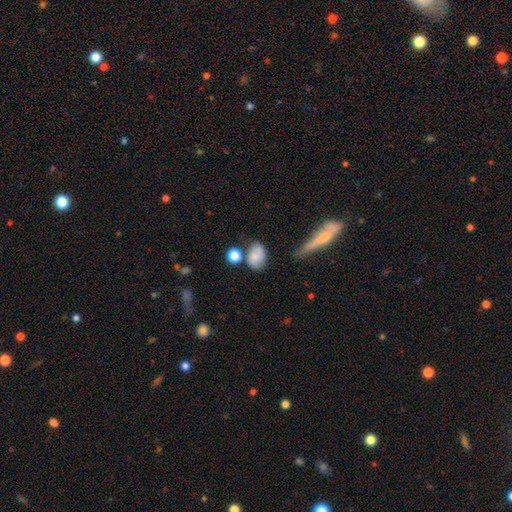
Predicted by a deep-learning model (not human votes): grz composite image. It shows a smooth galaxy with no disk features (78%) that is in between round and cigar-shaped (71%). Merging: none (60%).